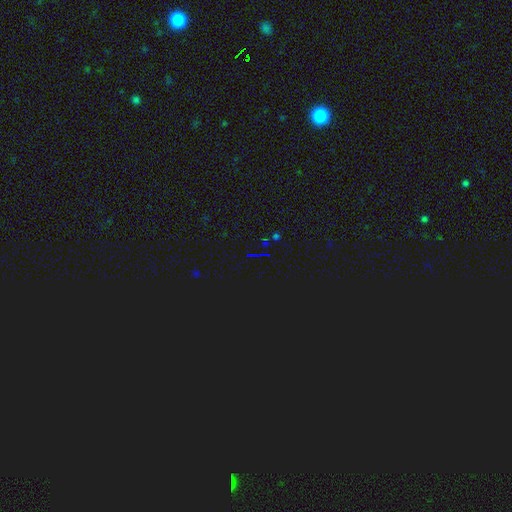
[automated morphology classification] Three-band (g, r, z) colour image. It shows a star or artifact, not a galaxy (78%).